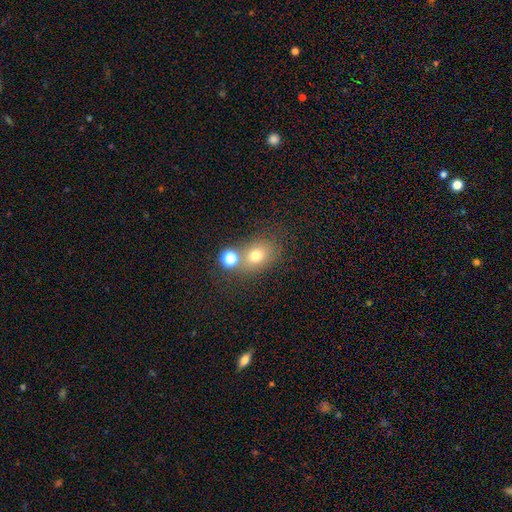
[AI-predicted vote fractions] A smooth galaxy with no disk features (72%) that is in between round and cigar-shaped (49%, tied with round). Merging: none (60%).